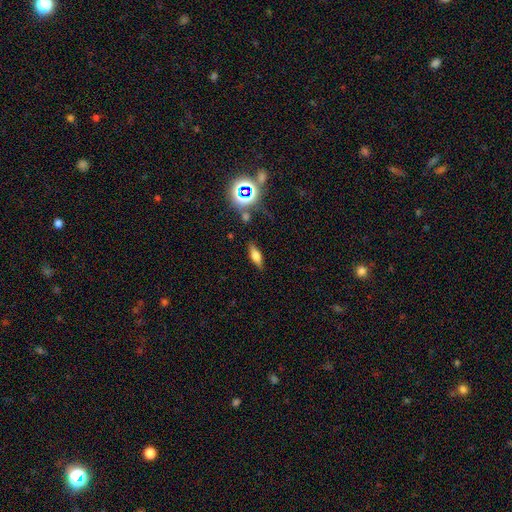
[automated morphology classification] This appears to be a smooth galaxy with no disk features (54%) that is in between round and cigar-shaped (54%). Merging: none (82%).